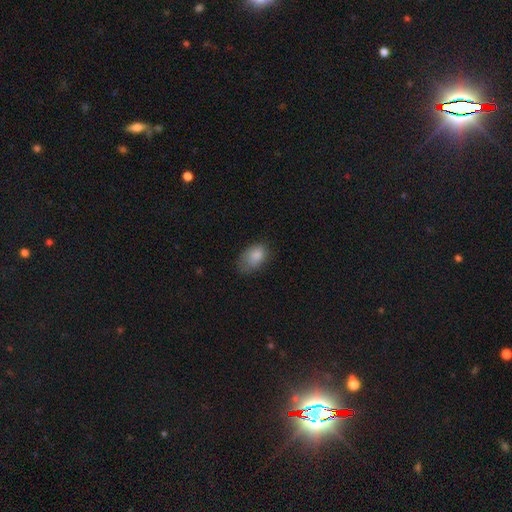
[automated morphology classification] smooth-or-featured: smooth: 84% | featured or disk: 8% | star or artifact: 8%
  how-rounded: in between: 86% | round: 13% | cigar-shaped: 1%
  merging: none: 52% | minor disturbance: 34% | major disturbance: 13% | merger: 2%